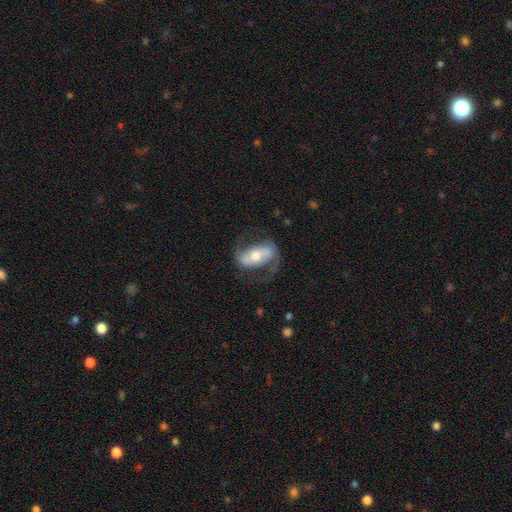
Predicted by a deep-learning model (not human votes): featured or disk 80%, smooth 15%, star or artifact 5%. Down the decision tree: edge-on disk — no (95%); bar — strong (48%); spiral arms — yes (90%); spiral arm count — 2 (91%); spiral winding — medium (48%); bulge size — moderate (65%); merging — none (68%).